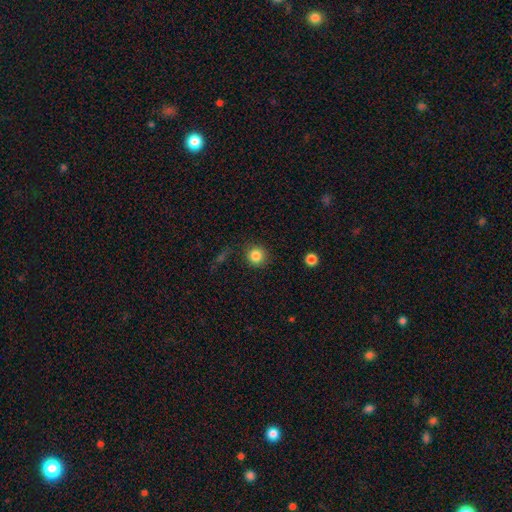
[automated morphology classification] Q: Smooth or featured?
A: smooth (84%); runner-up: star or artifact (11%)
Q: How rounded?
A: round (93%); runner-up: in between (6%)
Q: Merging?
A: none (87%); runner-up: minor disturbance (8%)